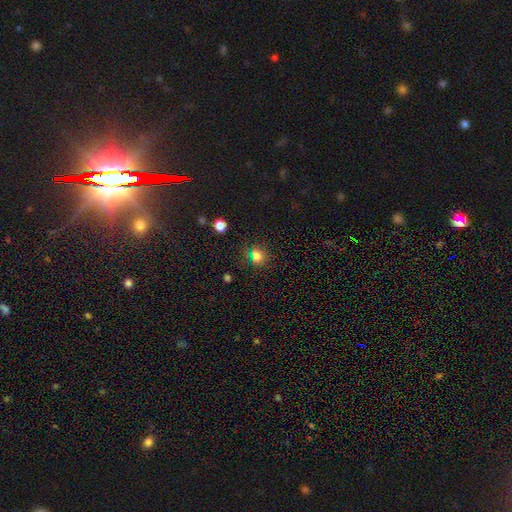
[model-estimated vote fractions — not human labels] A smooth galaxy with no disk features (72%) that is round (82%).

Vote fractions:
- Smooth or featured? smooth: 72% / star or artifact: 22% / featured or disk: 6%
- How rounded? round: 82% / in between: 16% / cigar-shaped: 1%
- Merging? none: 82% / minor disturbance: 11% / major disturbance: 4% / merger: 3%